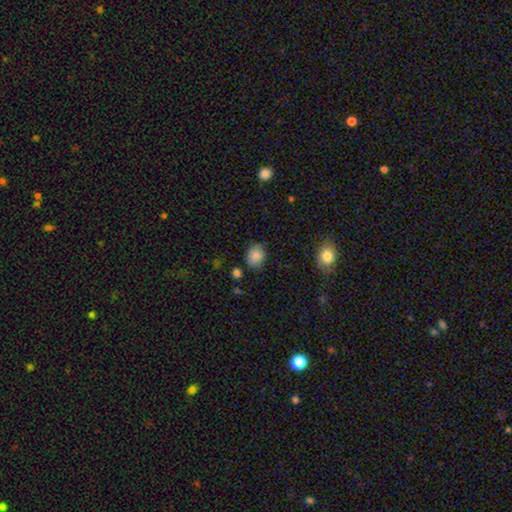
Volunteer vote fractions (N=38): This appears to be a smooth galaxy with no disk features (92%) that is in between round and cigar-shaped (60%). Merging: none (84%).